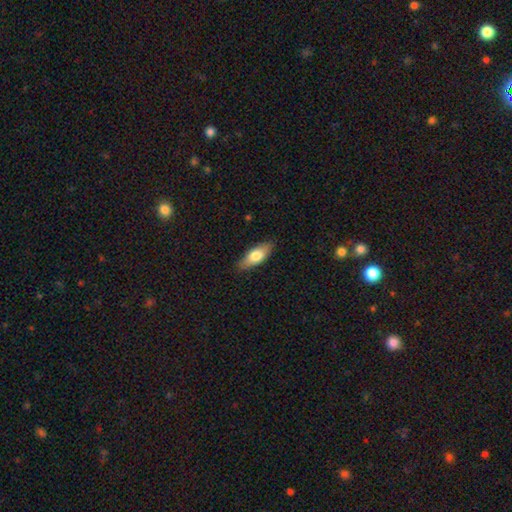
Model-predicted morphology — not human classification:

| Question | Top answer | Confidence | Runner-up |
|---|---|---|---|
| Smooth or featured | smooth | 71% | featured or disk (23%) |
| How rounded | in between | 73% | cigar-shaped (24%) |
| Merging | none | 85% | minor disturbance (12%) |